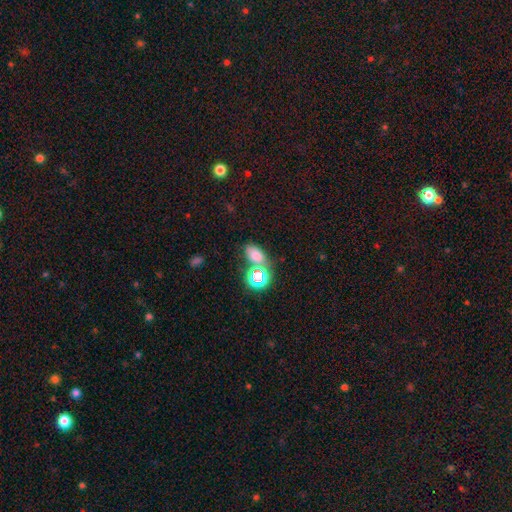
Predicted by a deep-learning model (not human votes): A smooth galaxy with no disk features (68%) that is in between round and cigar-shaped (82%).

Vote fractions:
- Smooth or featured? smooth: 68% / star or artifact: 24% / featured or disk: 8%
- How rounded? in between: 82% / round: 16% / cigar-shaped: 2%
- Merging? none: 61% / merger: 19% / minor disturbance: 14% / major disturbance: 6%